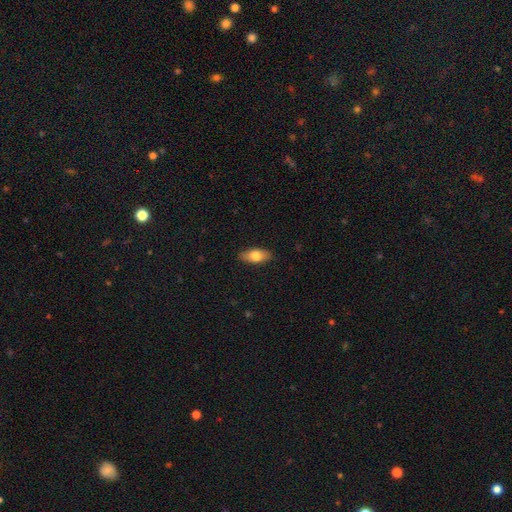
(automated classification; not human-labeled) A smooth galaxy with no disk features (75%) that is in between round and cigar-shaped (84%). Merging: none (87%).